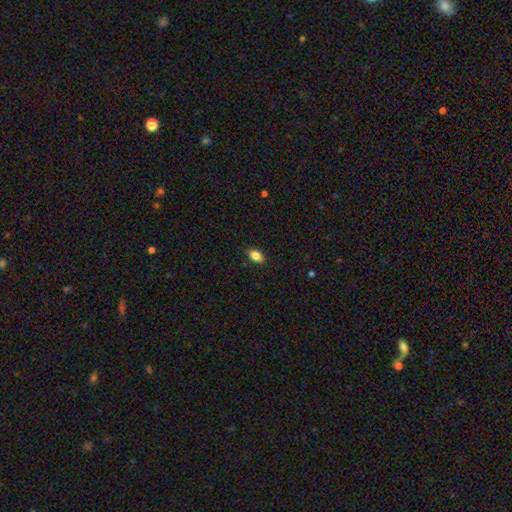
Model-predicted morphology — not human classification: Smooth or featured? smooth (85%)
How rounded? in between (88%)
Merging? none (88%)